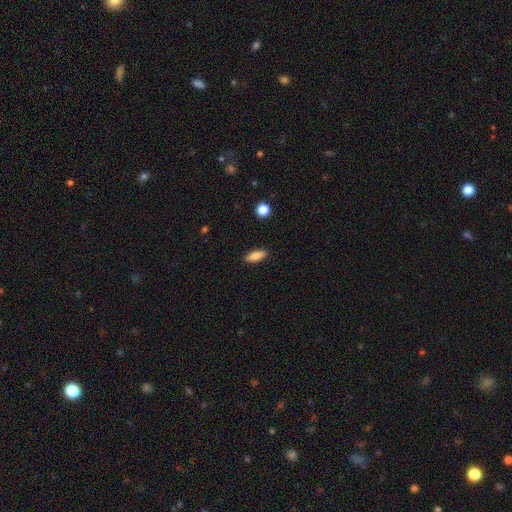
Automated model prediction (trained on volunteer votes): smooth-or-featured: smooth: 80% | featured or disk: 13% | star or artifact: 7%
  how-rounded: in between: 68% | cigar-shaped: 29% | round: 3%
  merging: none: 90% | minor disturbance: 7% | major disturbance: 2% | merger: 1%